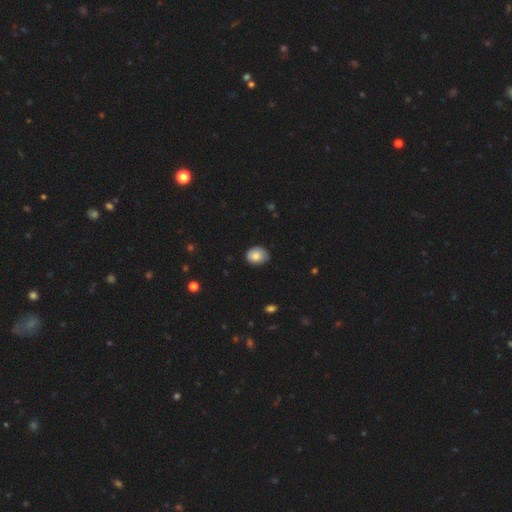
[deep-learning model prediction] The model was most divided on "how rounded": round: 51%, in between: 49%, cigar-shaped: 1%. More confident: smooth or featured — smooth (81%); merging — none (71%).